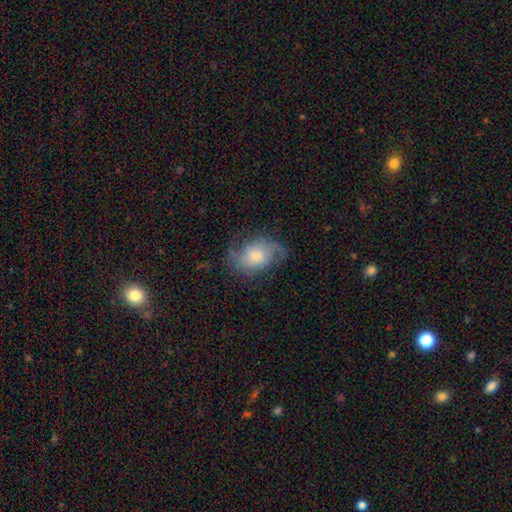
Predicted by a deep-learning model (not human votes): smooth-or-featured: featured or disk: 62% | smooth: 29% | star or artifact: 8%
  disk-edge-on: no: 96% | yes: 4%
    bar: no: 71% | weak: 25% | strong: 4%
    has-spiral-arms: yes: 90% | no: 10%
      spiral-winding: medium: 43% | loose: 37% | tight: 20%
      spiral-arm-count: 2: 82% | can't tell: 9% | 1: 3% | 3: 3% | 4: 1% | more than 4: 1%
    bulge-size: moderate: 46% | small: 25% | large: 20% | none: 6% | dominant: 3%
  merging: none: 66% | minor disturbance: 21% | major disturbance: 11% | merger: 1%